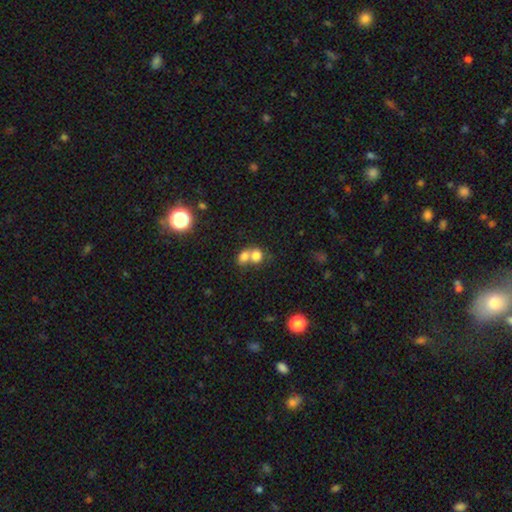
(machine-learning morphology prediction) This is likely a smooth galaxy (75%). How rounded: possibly round (58%). Merging: likely merger (65%).